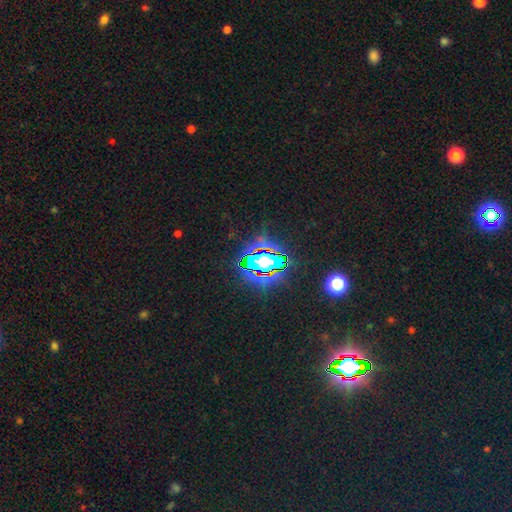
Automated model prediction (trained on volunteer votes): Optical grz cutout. It shows a star or artifact, not a galaxy (70%).